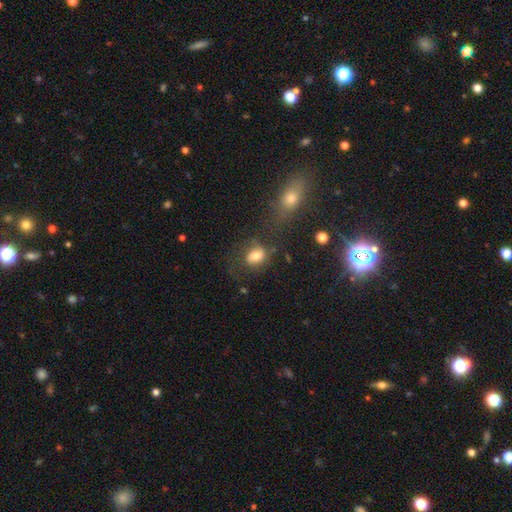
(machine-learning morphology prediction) A smooth galaxy with no disk features (73%) that is in between round and cigar-shaped (65%).

Vote fractions:
- Smooth or featured? smooth: 73% / featured or disk: 16% / star or artifact: 11%
- How rounded? in between: 65% / round: 34% / cigar-shaped: 2%
- Merging? none: 55% / minor disturbance: 22% / major disturbance: 14% / merger: 9%